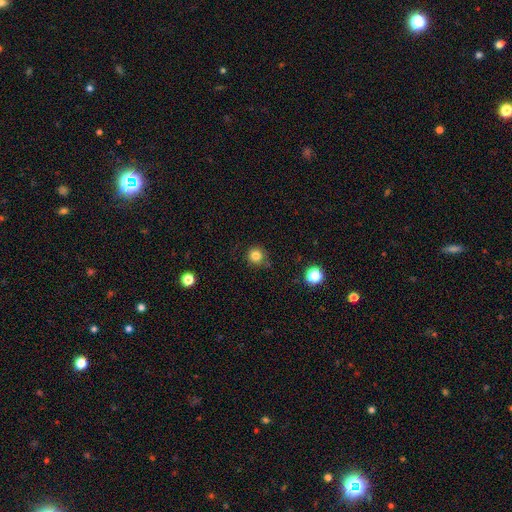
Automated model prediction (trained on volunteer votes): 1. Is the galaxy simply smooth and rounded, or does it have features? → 82% smooth, 13% star or artifact, 5% featured or disk.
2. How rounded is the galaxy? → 93% round, 6% in between, 1% cigar-shaped.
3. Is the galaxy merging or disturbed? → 81% none, 13% minor disturbance, 3% major disturbance, 3% merger.